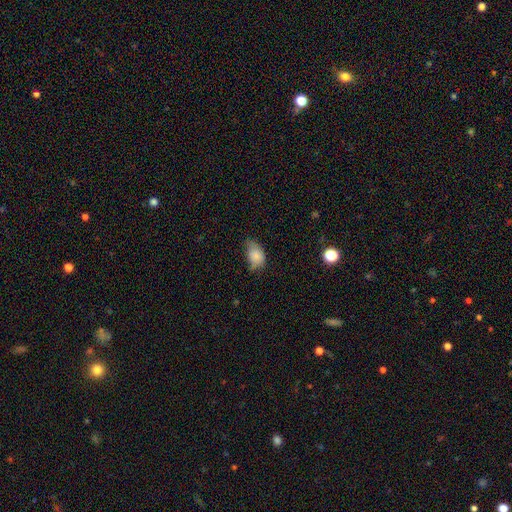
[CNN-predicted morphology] Smooth or featured? Predicted: smooth (p=0.81). How rounded? Predicted: in between (p=0.82). Merging? Predicted: minor disturbance (p=0.45).